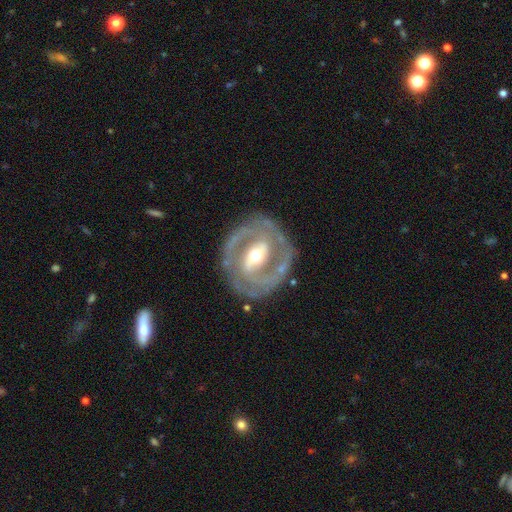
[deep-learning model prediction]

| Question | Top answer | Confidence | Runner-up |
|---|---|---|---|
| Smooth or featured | featured or disk | 87% | smooth (8%) |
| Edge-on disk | no | 96% | yes (4%) |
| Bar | strong | 50% | weak (35%) |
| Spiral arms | yes | 90% | no (10%) |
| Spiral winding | tight | 48% | medium (42%) |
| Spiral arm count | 2 | 82% | can't tell (7%) |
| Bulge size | moderate | 65% | small (25%) |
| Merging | none | 81% | minor disturbance (12%) |